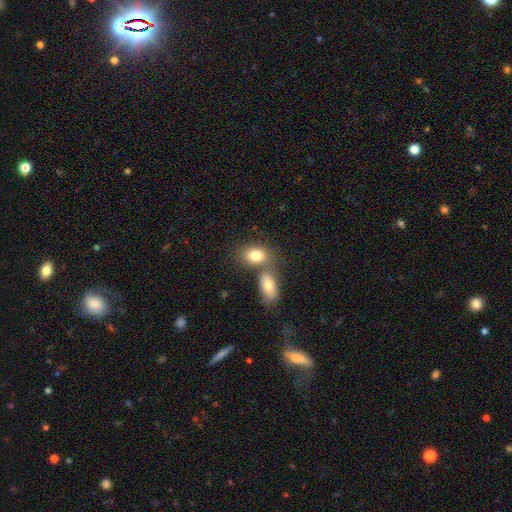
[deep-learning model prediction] This is likely a smooth galaxy (79%). How rounded: clearly in between (81%). Merging: marginally merger (44%).